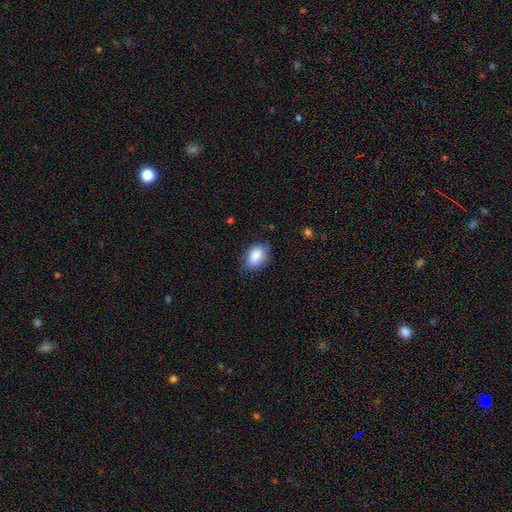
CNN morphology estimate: Smooth or featured? Predicted: smooth (p=0.86). How rounded? Predicted: in between (p=0.75). Merging? Predicted: none (p=0.69).